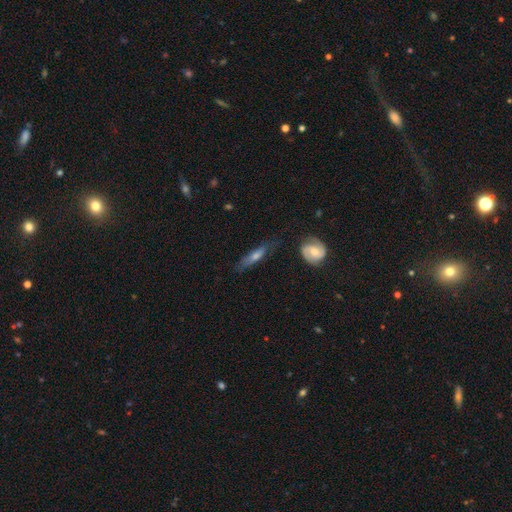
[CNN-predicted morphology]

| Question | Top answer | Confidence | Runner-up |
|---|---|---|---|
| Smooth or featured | featured or disk | 49% | smooth (43%) |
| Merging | none | 69% | minor disturbance (21%) |